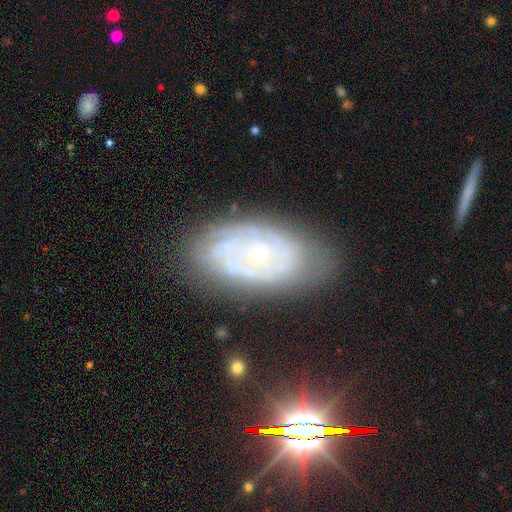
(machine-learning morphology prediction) type=featured or disk (78%); edge-on=no (95%); bar=no (81%); spiral arms=yes (86%); winding=tight (75%); arm count=can't tell (48%); bulge=small (80%); merging=none (73%).